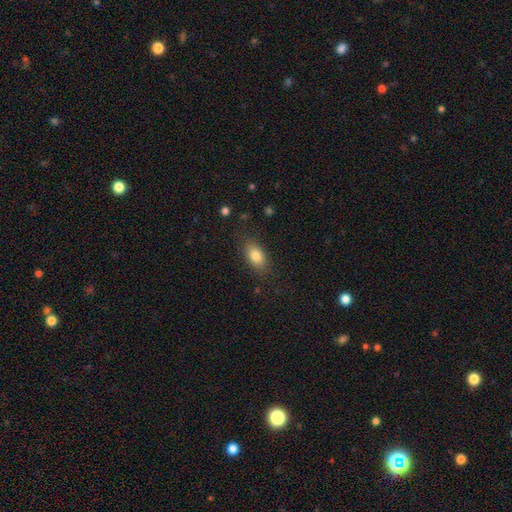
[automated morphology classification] Smooth or featured? Predicted: smooth (p=0.82). How rounded? Predicted: in between (p=0.89). Merging? Predicted: none (p=0.83).